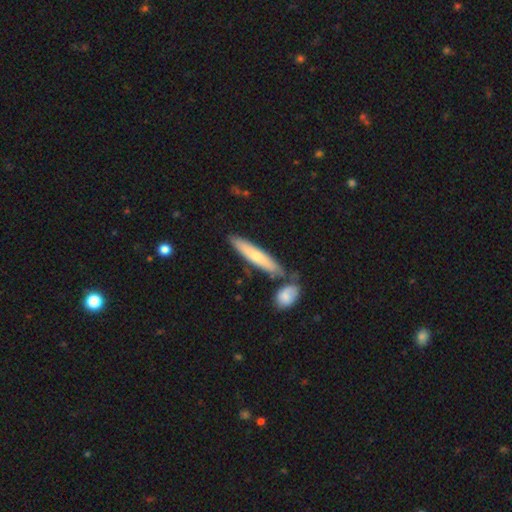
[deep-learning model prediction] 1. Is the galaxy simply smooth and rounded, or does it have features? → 46% featured or disk (tied), 46% smooth (tied), 8% star or artifact.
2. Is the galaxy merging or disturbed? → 75% none, 13% merger, 10% minor disturbance, 3% major disturbance.